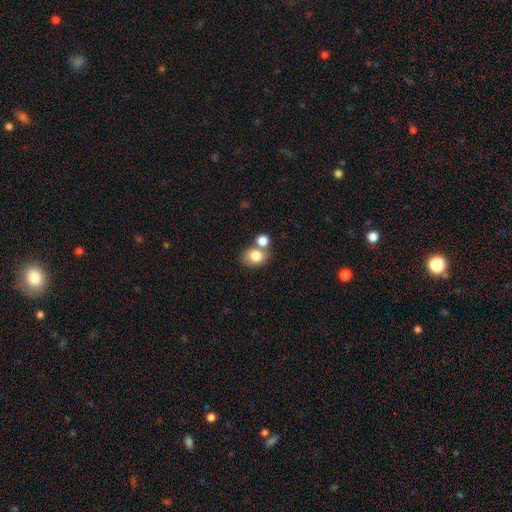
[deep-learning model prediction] Morphology: type=smooth (80%); roundness=round (55%); merging=none (49%).